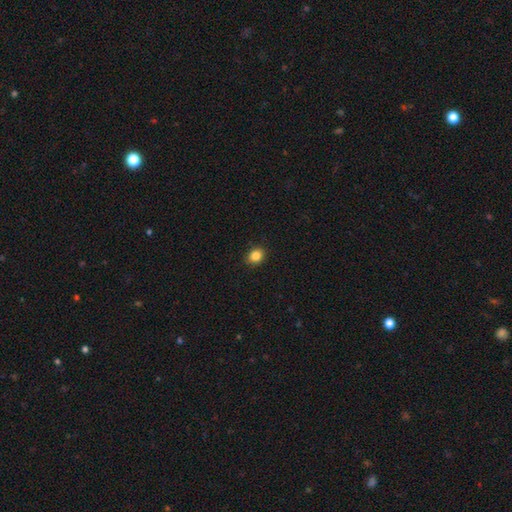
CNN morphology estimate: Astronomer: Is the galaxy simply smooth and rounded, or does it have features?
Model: smooth — 85%.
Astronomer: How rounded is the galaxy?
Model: round — 61% (runner-up: in between, 39%).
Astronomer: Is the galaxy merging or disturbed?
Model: none — 90%.